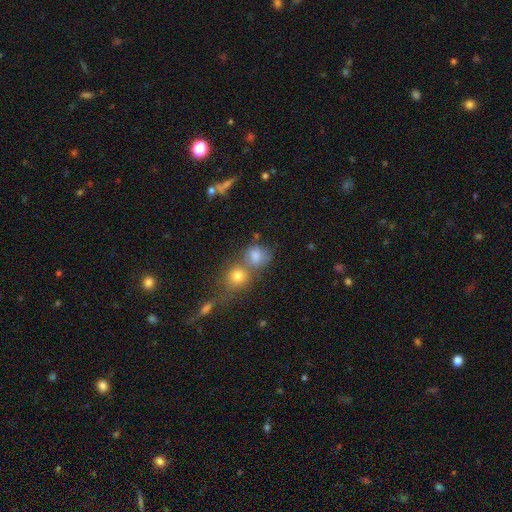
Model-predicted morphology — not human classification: smooth 72%, featured or disk 14%, star or artifact 14%. Down the decision tree: how rounded — round (64%); merging — merger (46%).